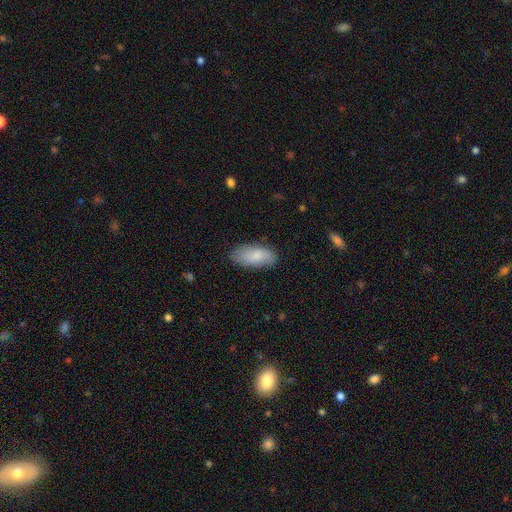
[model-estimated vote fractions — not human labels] Smooth or featured?
  - smooth: 79% *
  - featured or disk: 15%
  - star or artifact: 6%
How rounded?
  - in between: 90% *
  - cigar-shaped: 7%
  - round: 2%
Merging?
  - none: 79% *
  - minor disturbance: 17%
  - major disturbance: 3%
  - merger: 1%